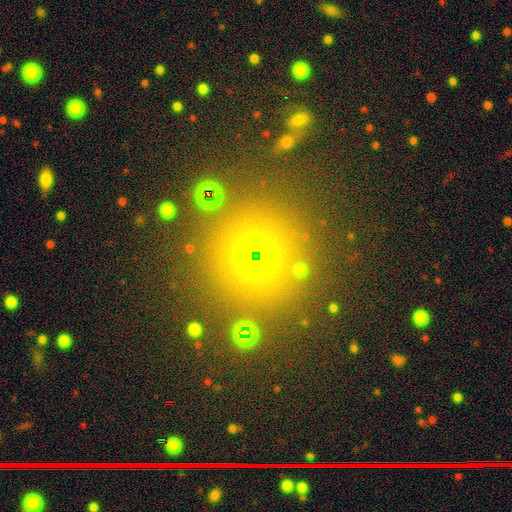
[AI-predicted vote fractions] smooth 46%, star or artifact 44%, featured or disk 10%. Down the decision tree: merging — none (80%).